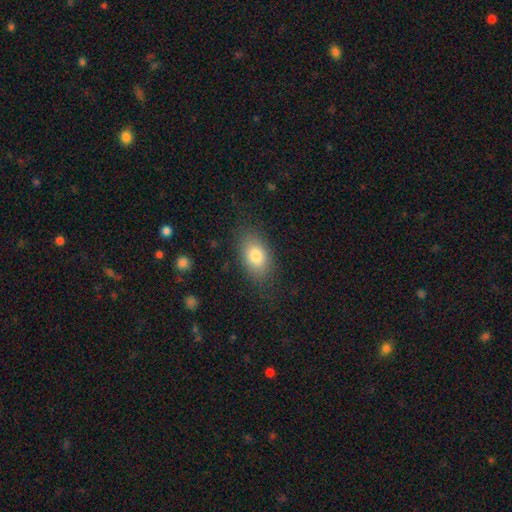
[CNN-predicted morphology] A smooth galaxy with no disk features (79%) that is in between round and cigar-shaped (87%).

Vote fractions:
- Smooth or featured? smooth: 79% / featured or disk: 12% / star or artifact: 8%
- How rounded? in between: 87% / round: 11% / cigar-shaped: 2%
- Merging? none: 80% / minor disturbance: 13% / major disturbance: 5% / merger: 1%